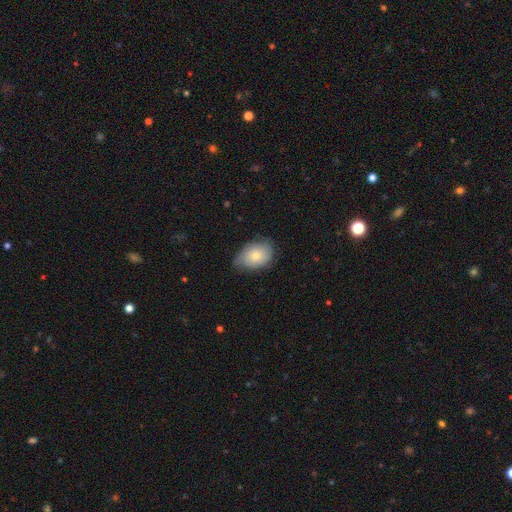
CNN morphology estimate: Smooth or featured: smooth — 70% (featured or disk — 23%)
How rounded: in between — 82% (round — 17%)
Merging: none — 65% (minor disturbance — 29%)